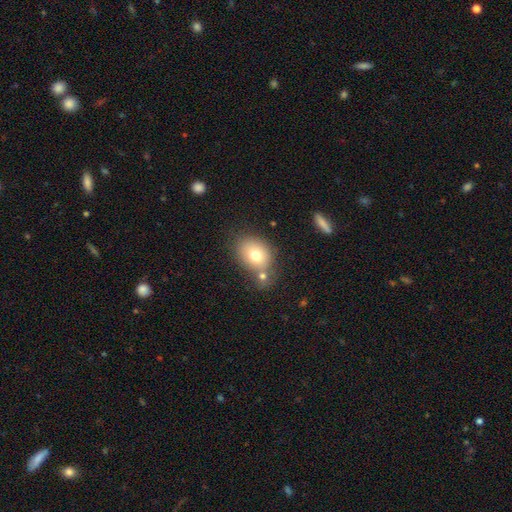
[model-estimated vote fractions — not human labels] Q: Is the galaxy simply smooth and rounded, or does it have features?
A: smooth — 74%.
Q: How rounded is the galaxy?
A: in between — 60%.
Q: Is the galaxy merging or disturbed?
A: none — 52%.